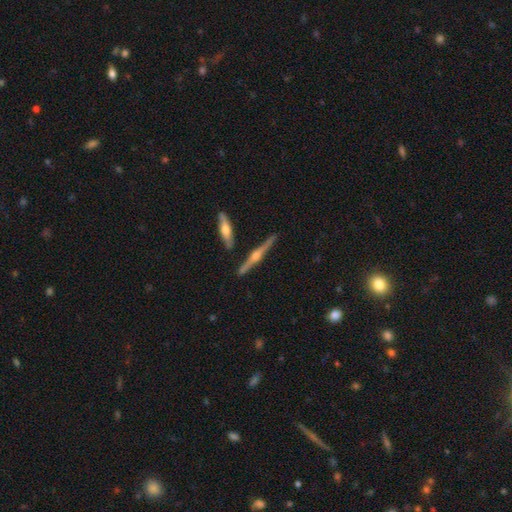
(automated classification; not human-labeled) A featured or disk galaxy (84%) viewed edge-on (98%) with a rounded central bulge (92%).

Vote fractions:
- Smooth or featured? featured or disk: 84% / smooth: 11% / star or artifact: 6%
- Edge-on disk? yes: 98% / no: 2%
- Edge-on bulge? rounded: 92% / boxy: 5% / none: 3%
- Merging? none: 86% / minor disturbance: 8% / merger: 4% / major disturbance: 2%